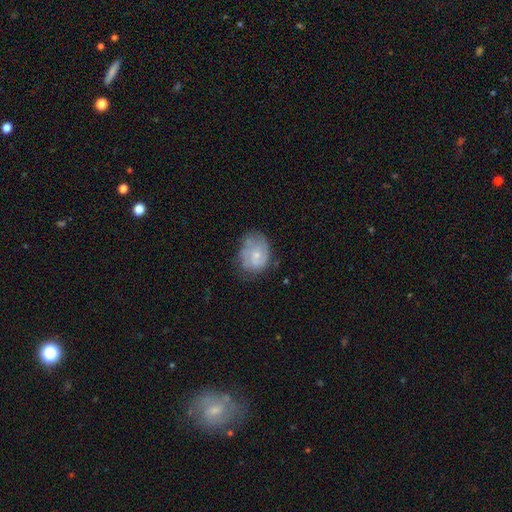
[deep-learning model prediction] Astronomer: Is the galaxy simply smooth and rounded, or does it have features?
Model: featured or disk — 47% (runner-up: smooth, 45%).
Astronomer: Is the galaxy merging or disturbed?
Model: none — 53% (runner-up: minor disturbance, 30%).